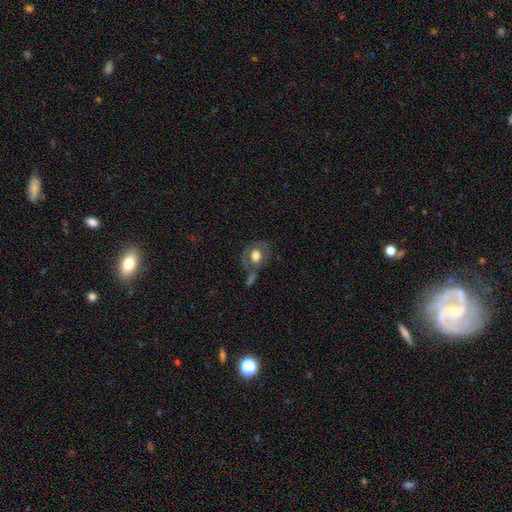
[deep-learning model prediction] Smooth or featured? smooth (58%)
How rounded? in between (56%)
Merging? none (47%)